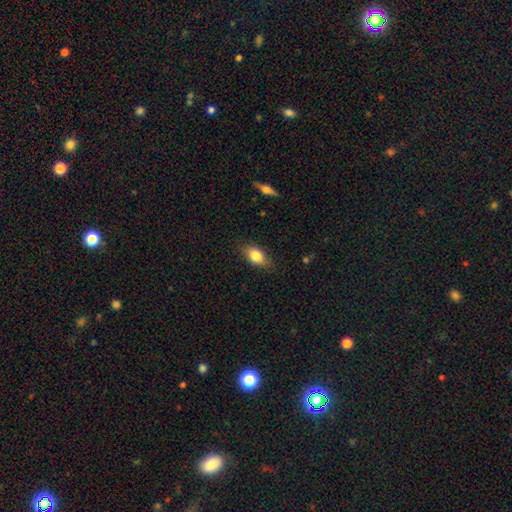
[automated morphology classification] Smooth or featured? Predicted: smooth (p=0.81). How rounded? Predicted: in between (p=0.86). Merging? Predicted: none (p=0.82).